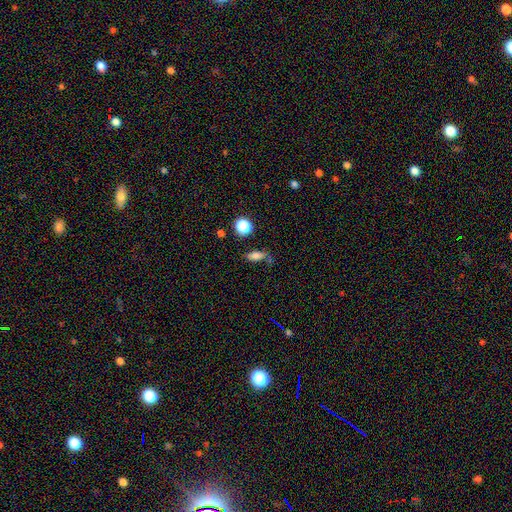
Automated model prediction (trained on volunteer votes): Q: Smooth or featured?
A: smooth (72%); runner-up: star or artifact (14%)
Q: How rounded?
A: in between (67%); runner-up: cigar-shaped (22%)
Q: Merging?
A: none (62%); runner-up: minor disturbance (21%)